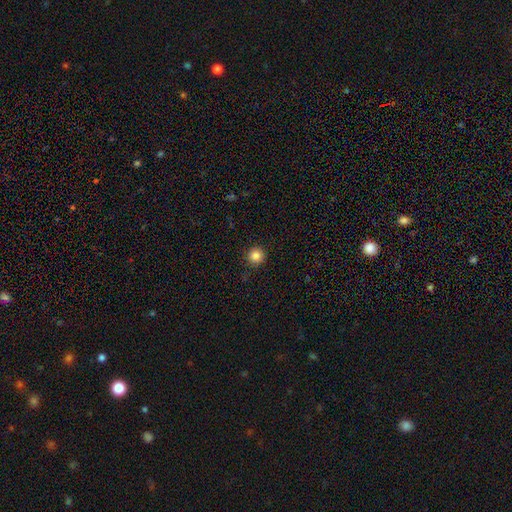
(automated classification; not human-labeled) Smooth or featured? Predicted: smooth (p=0.85). How rounded? Predicted: round (p=0.95). Merging? Predicted: none (p=0.91).